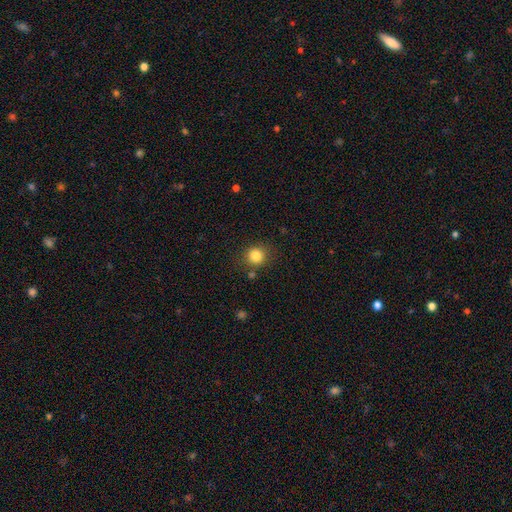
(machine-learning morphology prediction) This appears to be a smooth galaxy with no disk features (83%) that is round (87%). Merging: none (82%).